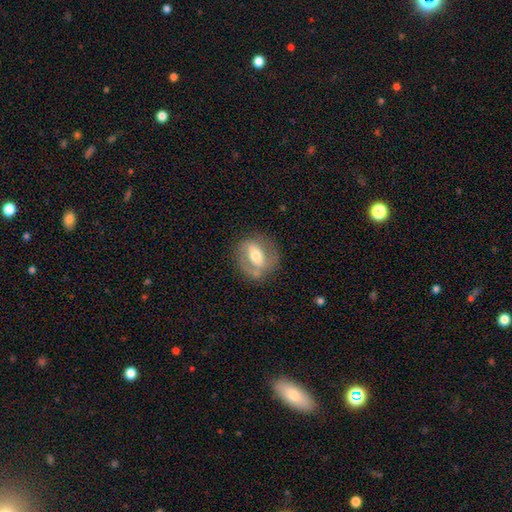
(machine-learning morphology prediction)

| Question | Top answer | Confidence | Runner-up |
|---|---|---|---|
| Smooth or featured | featured or disk | 60% | smooth (33%) |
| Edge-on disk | no | 92% | yes (8%) |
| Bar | strong | 43% | weak (34%) |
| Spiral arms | yes | 56% | no (44%) |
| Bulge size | moderate | 66% | small (18%) |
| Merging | none | 69% | minor disturbance (19%) |